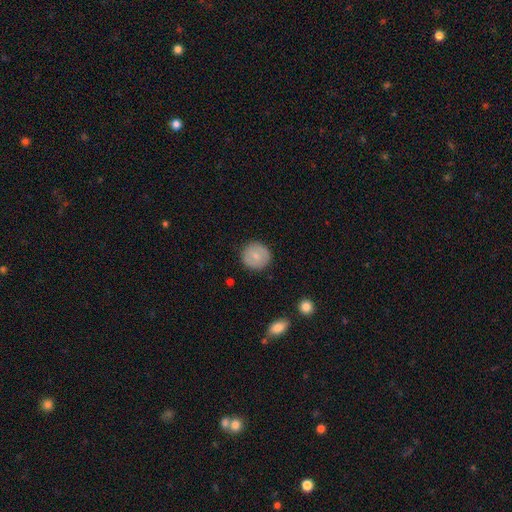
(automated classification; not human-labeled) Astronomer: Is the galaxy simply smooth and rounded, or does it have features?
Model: smooth — 73%.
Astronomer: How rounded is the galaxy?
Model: round — 93%.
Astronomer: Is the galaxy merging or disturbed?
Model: none — 88%.